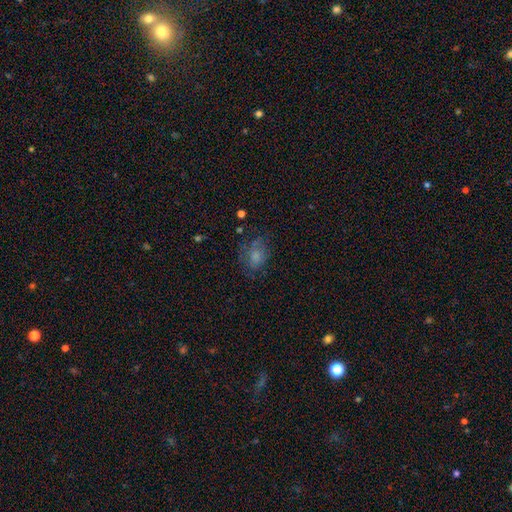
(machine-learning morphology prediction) Overall: smooth (65%). How rounded: in between (61%; round 38%). Merging: none (55%; minor disturbance 25%).